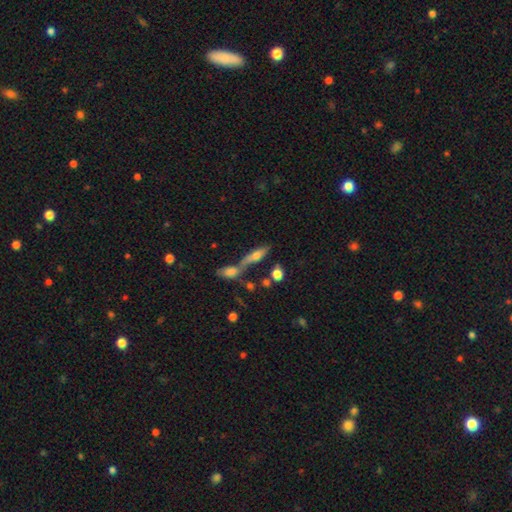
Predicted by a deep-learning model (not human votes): This is possibly a smooth galaxy (53%). How rounded: possibly cigar-shaped (54%). Merging: marginally merger (44%).